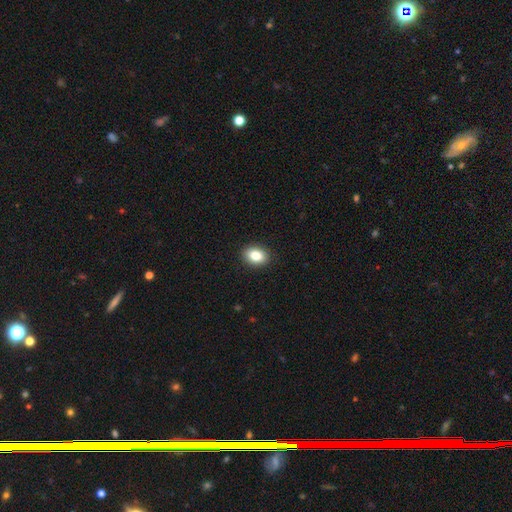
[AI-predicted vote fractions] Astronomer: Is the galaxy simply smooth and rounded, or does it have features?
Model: smooth — 84%.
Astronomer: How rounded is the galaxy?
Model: in between — 72%.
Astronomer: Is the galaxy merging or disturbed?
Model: none — 91%.